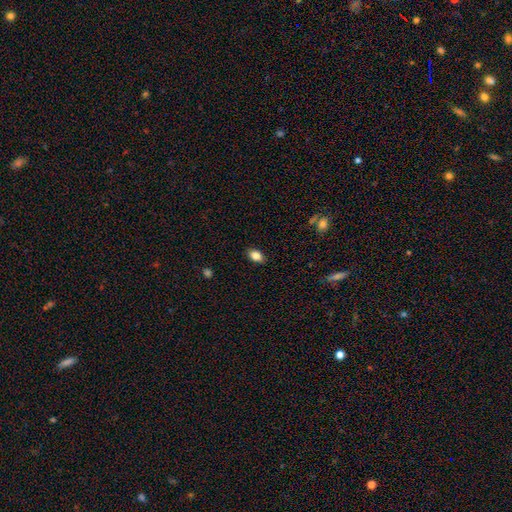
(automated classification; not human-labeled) Smooth or featured? smooth (85%)
How rounded? in between (86%)
Merging? none (87%)